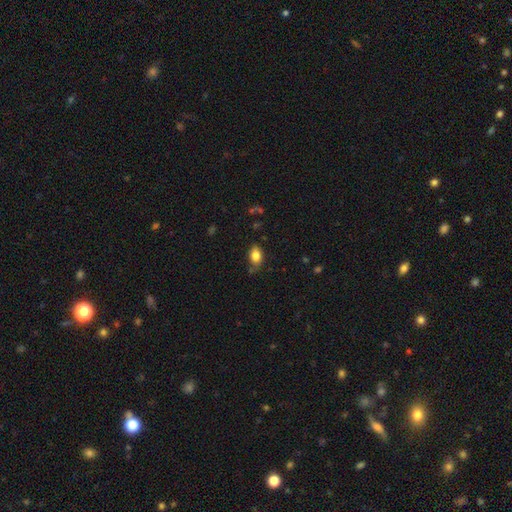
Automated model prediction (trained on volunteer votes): A smooth galaxy with no disk features (83%) that is in between round and cigar-shaped (83%). Merging: none (73%).